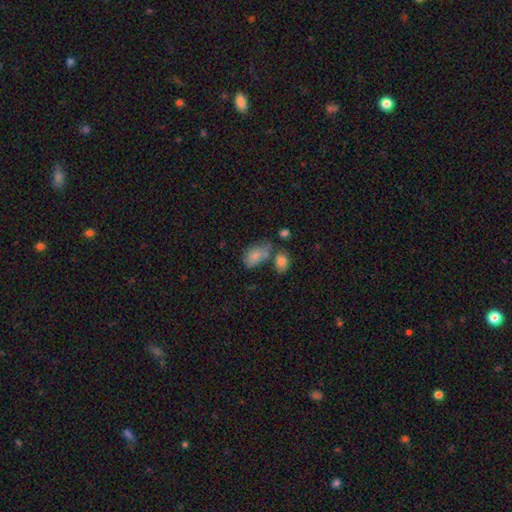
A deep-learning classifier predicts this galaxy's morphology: This appears to be a smooth galaxy with no disk features (78%) that is in between round and cigar-shaped (89%). Merging: none (39%).